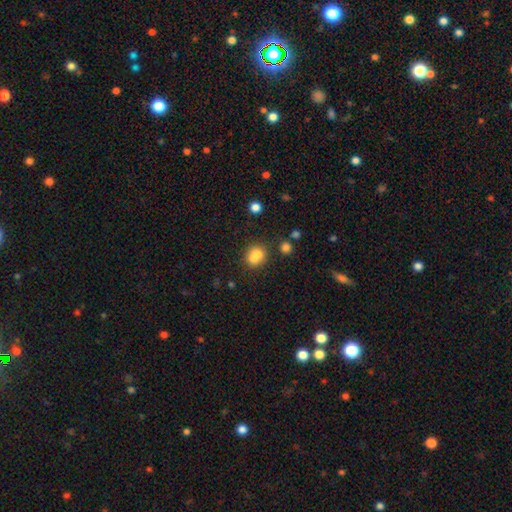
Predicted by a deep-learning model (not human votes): This appears to be a smooth galaxy with no disk features (71%) that is round (74%). Merging: merger (55%).